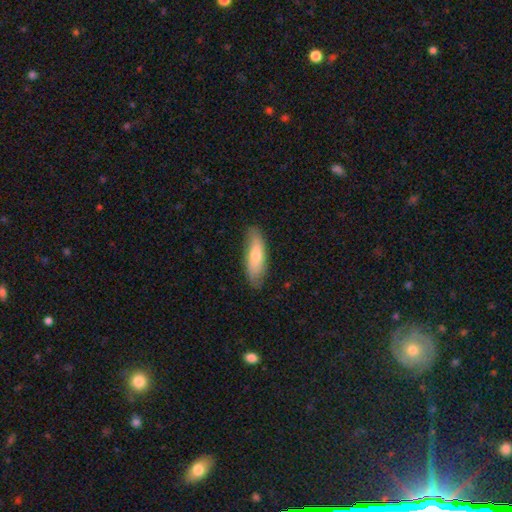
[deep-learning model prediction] A smooth galaxy with no disk features (65%) that is in between round and cigar-shaped (49%, tied with cigar-shaped). Merging: none (78%).